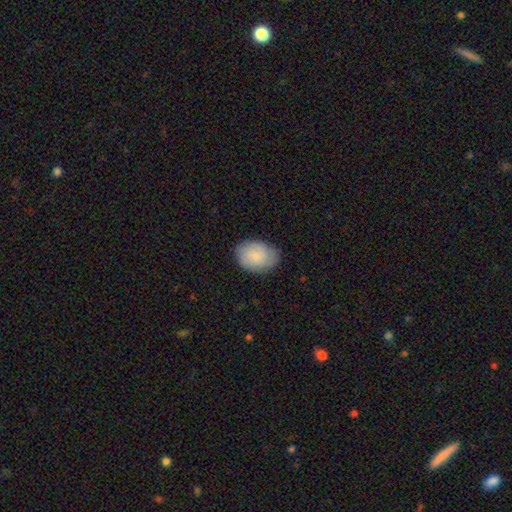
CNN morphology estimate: This is likely a smooth galaxy (77%). How rounded: likely in between (77%). Merging: likely none (79%).